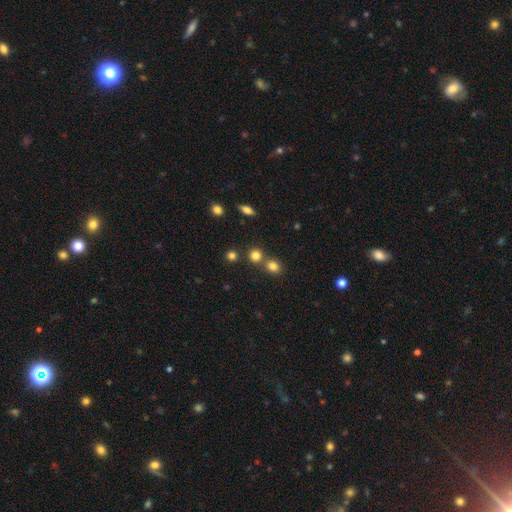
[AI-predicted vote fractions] Smooth or featured? smooth (79%)
How rounded? round (84%)
Merging? none (62%)